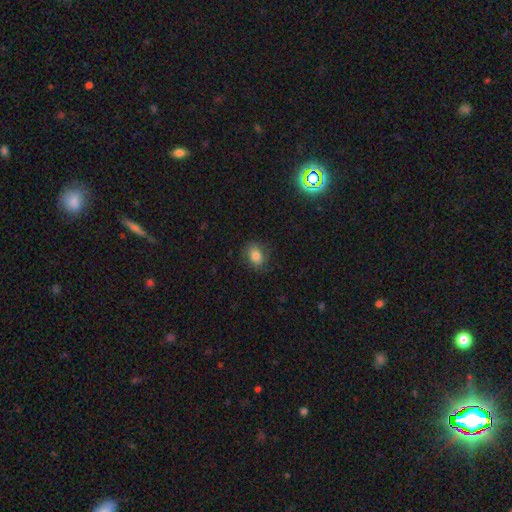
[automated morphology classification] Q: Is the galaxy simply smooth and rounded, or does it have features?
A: smooth — 79%.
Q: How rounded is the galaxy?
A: in between — 65%.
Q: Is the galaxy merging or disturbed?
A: none — 79%.